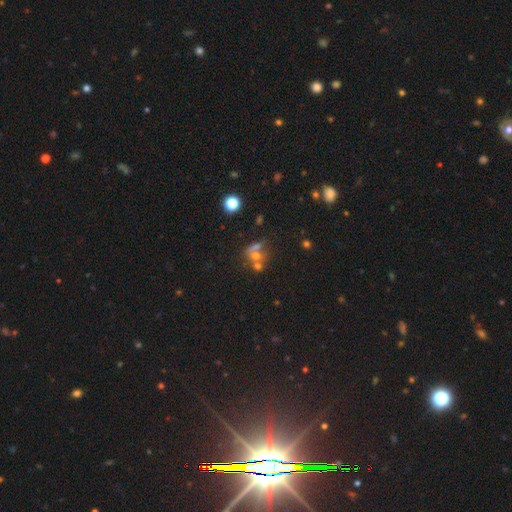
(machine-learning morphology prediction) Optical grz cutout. It shows a smooth galaxy with no disk features (51%) that is round (66%). Merging: merger (49%).